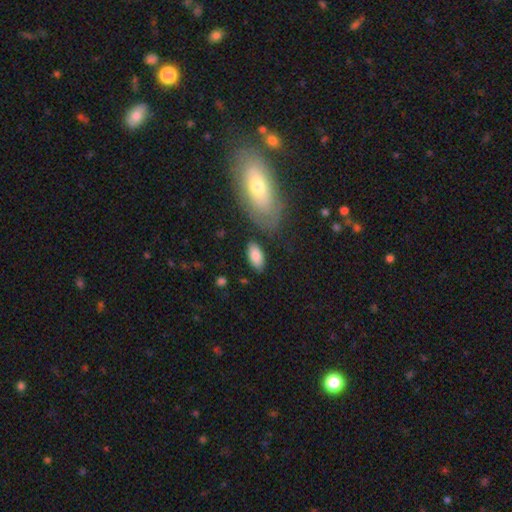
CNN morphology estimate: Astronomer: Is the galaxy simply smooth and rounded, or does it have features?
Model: smooth — 85%.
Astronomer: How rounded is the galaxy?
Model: in between — 93%.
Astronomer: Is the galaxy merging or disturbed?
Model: none — 81%.